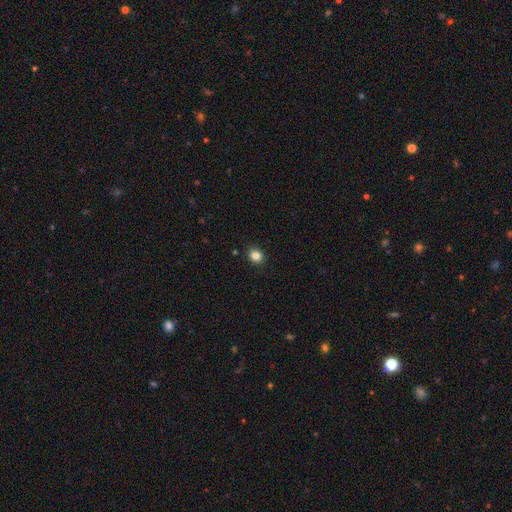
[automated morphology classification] Overall: smooth (83%). How rounded: round (65%; in between 34%). Merging: none (90%).